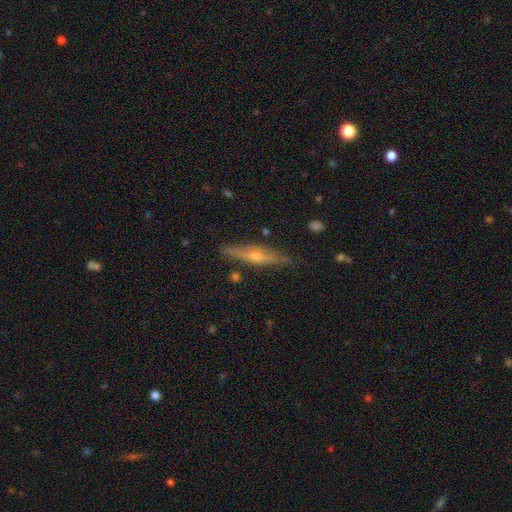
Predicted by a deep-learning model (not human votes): A featured or disk galaxy (66%) viewed edge-on (94%) with a rounded central bulge (85%). Merging: none (85%).